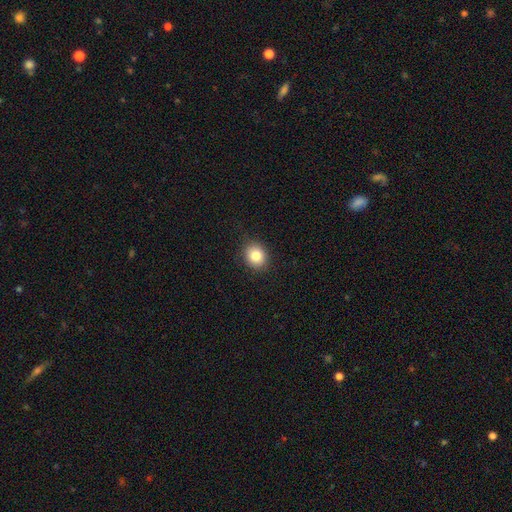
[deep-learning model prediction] This is clearly a smooth galaxy (82%). How rounded: likely round (62%). Merging: clearly none (87%).